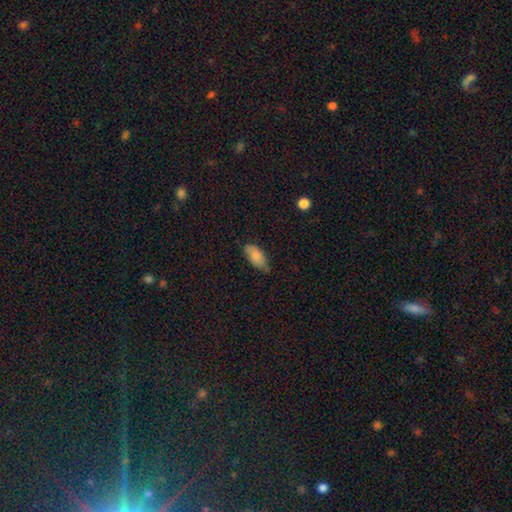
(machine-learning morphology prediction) smooth 80%, featured or disk 13%, star or artifact 7%. Down the decision tree: how rounded — in between (92%); merging — none (63%).